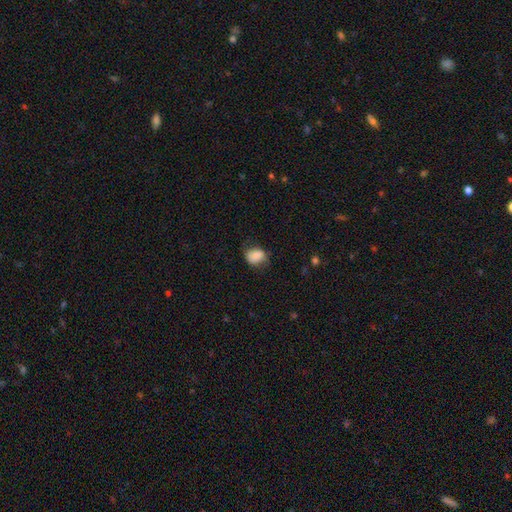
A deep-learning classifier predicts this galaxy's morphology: Smooth or featured? Predicted: smooth (p=0.81). How rounded? Predicted: in between (p=0.57). Merging? Predicted: none (p=0.60).